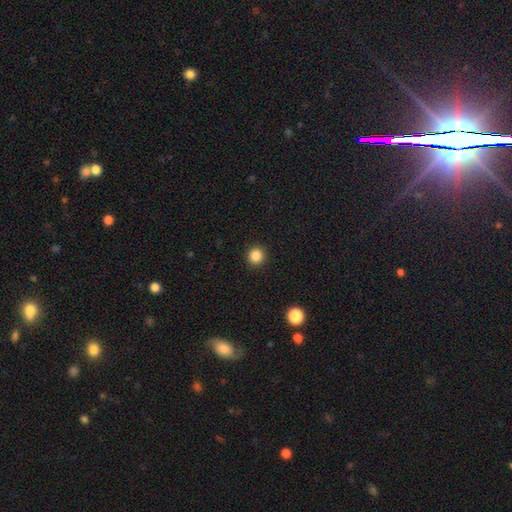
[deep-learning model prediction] A smooth galaxy with no disk features (86%) that is round (93%).

Vote fractions:
- Smooth or featured? smooth: 86% / star or artifact: 11% / featured or disk: 3%
- How rounded? round: 93% / in between: 6% / cigar-shaped: 1%
- Merging? none: 93% / minor disturbance: 5% / major disturbance: 2% / merger: 1%